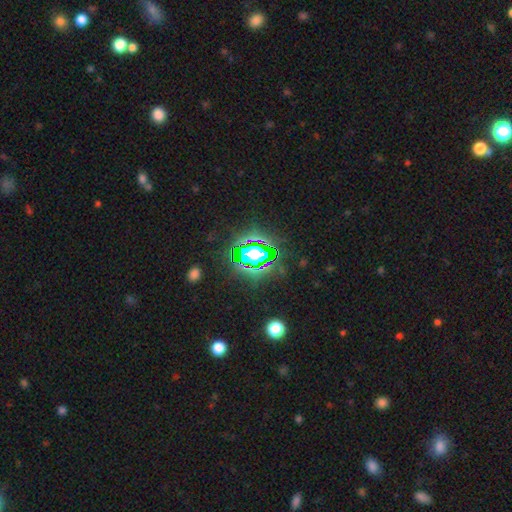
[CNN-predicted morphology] smooth-or-featured: star or artifact: 68% | smooth: 19% | featured or disk: 13%